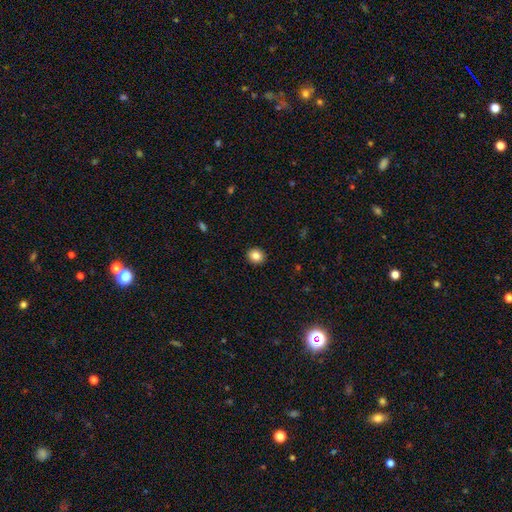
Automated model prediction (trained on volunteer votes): smooth-or-featured: smooth: 85% | star or artifact: 10% | featured or disk: 6%
  how-rounded: round: 74% | in between: 25% | cigar-shaped: 1%
  merging: none: 92% | minor disturbance: 6% | major disturbance: 2% | merger: 1%